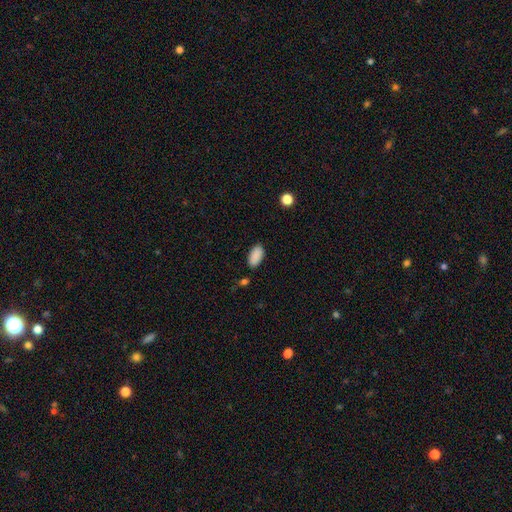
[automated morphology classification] Smooth or featured? Predicted: smooth (p=0.89). How rounded? Predicted: in between (p=0.93). Merging? Predicted: none (p=0.84).